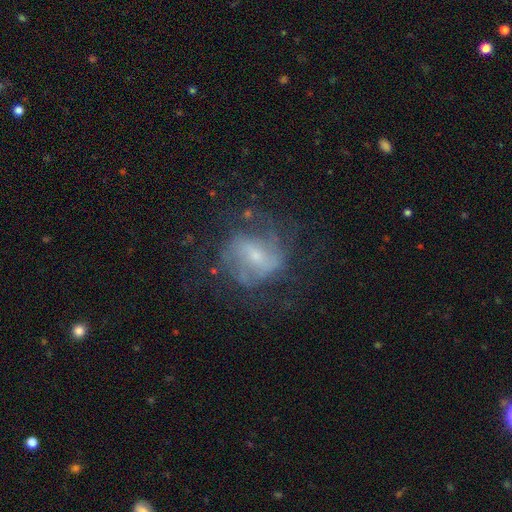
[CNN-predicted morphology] Overall: featured or disk (72%). Edge-on disk: no (97%). Bar: weak (49%; no 32%). Spiral arms: yes (79%). Spiral arm count: 2 (38%; can't tell 36%). Spiral winding: medium (45%; tight 29%). Bulge size: small (63%; moderate 27%). Merging: none (59%; major disturbance 20%).